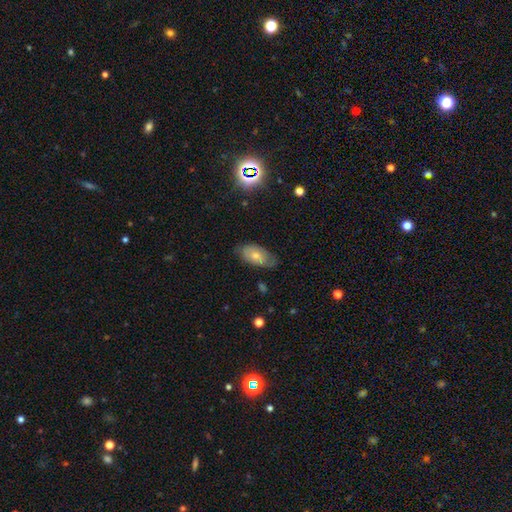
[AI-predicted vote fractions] smooth 60%, featured or disk 32%, star or artifact 8%. Down the decision tree: how rounded — in between (93%); merging — none (67%).